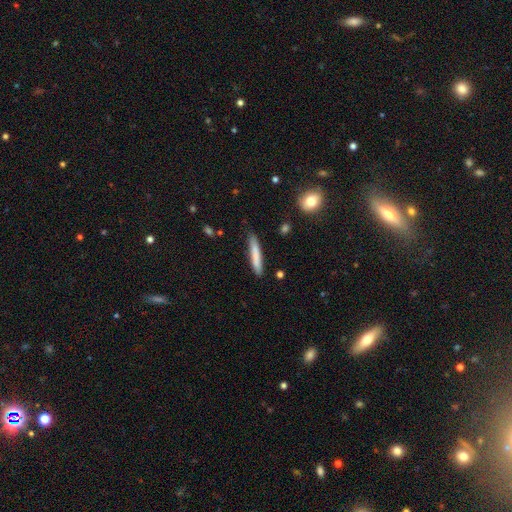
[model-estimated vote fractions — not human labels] This appears to be a smooth galaxy with no disk features (78%) that is cigar-shaped (93%). Merging: none (85%).